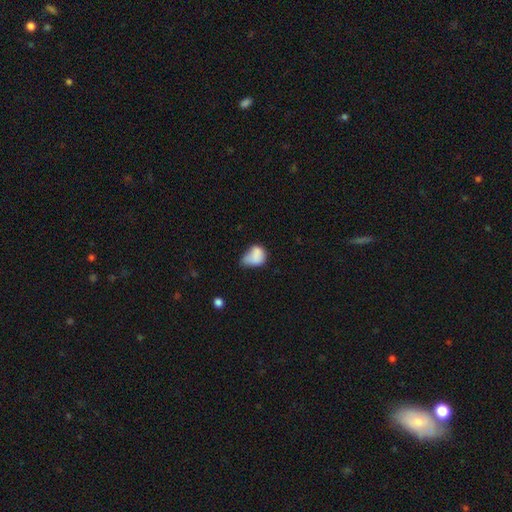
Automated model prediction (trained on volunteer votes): Smooth or featured: smooth — 76% (featured or disk — 14%)
How rounded: in between — 69% (round — 30%)
Merging: minor disturbance — 40% (major disturbance — 25%)